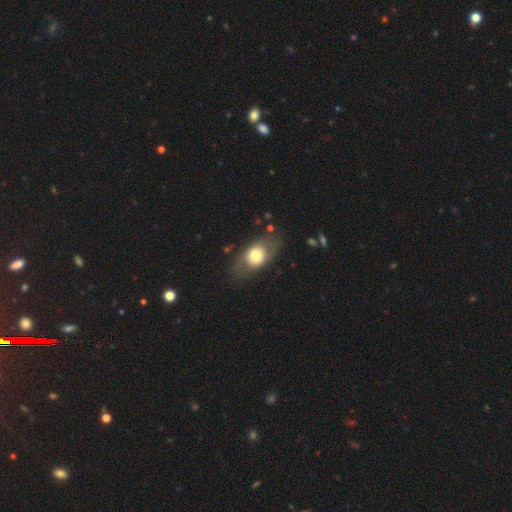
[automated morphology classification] This appears to be a smooth galaxy with no disk features (68%) that is in between round and cigar-shaped (74%). Merging: none (74%).